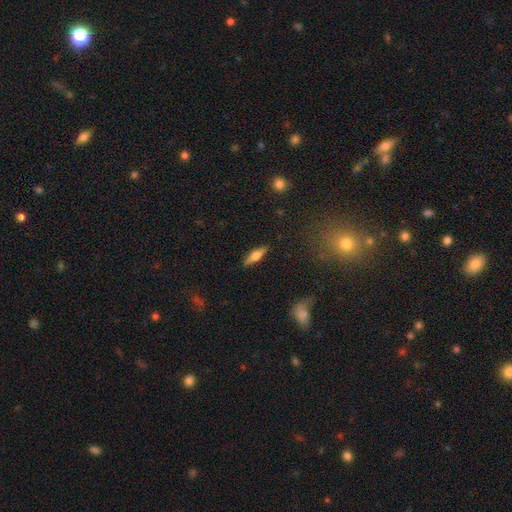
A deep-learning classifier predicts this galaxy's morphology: type=smooth (50%); roundness=cigar-shaped (57%); merging=none (88%).